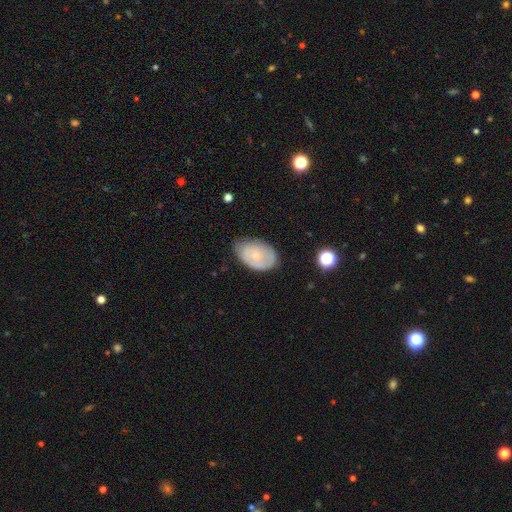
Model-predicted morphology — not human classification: Smooth or featured? Predicted: smooth (p=0.58). How rounded? Predicted: in between (p=0.88). Merging? Predicted: none (p=0.58).